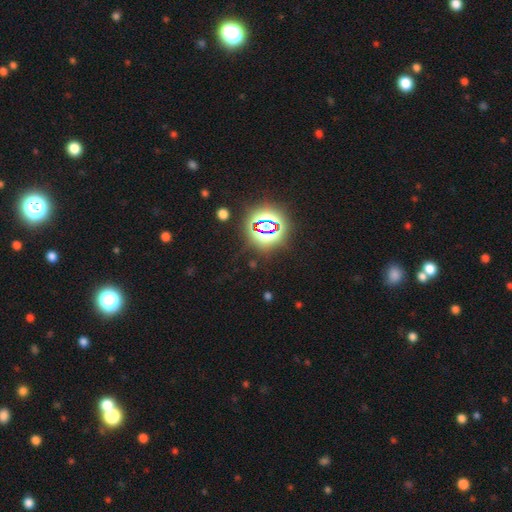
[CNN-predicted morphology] type=star or artifact (80%).